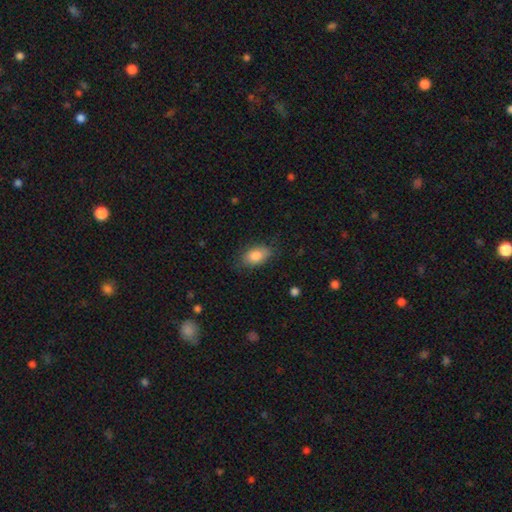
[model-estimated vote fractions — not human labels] Smooth or featured?
  - smooth: 84% *
  - featured or disk: 8%
  - star or artifact: 7%
How rounded?
  - in between: 90% *
  - round: 8%
  - cigar-shaped: 2%
Merging?
  - none: 77% *
  - minor disturbance: 17%
  - major disturbance: 4%
  - merger: 1%